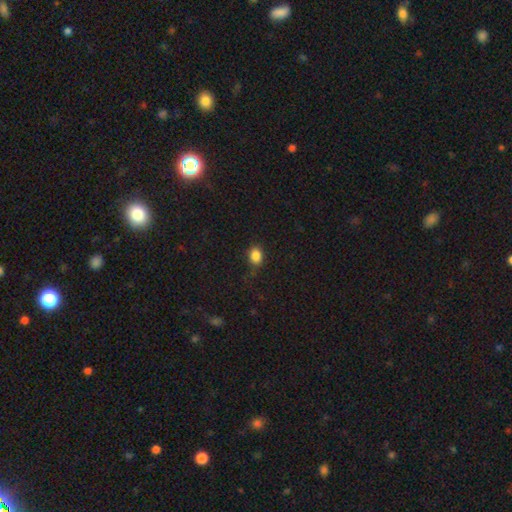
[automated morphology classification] smooth-or-featured: smooth: 85% | star or artifact: 11% | featured or disk: 5%
  how-rounded: in between: 62% | round: 37% | cigar-shaped: 1%
  merging: none: 75% | minor disturbance: 19% | major disturbance: 5% | merger: 1%